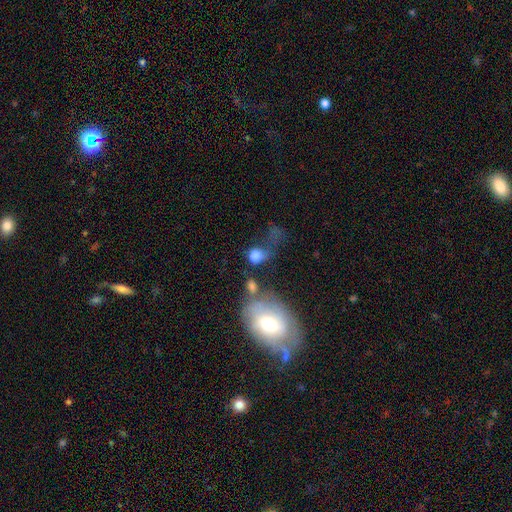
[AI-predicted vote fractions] smooth 72%, featured or disk 17%, star or artifact 11%. Down the decision tree: how rounded — round (55%); merging — major disturbance (37%).